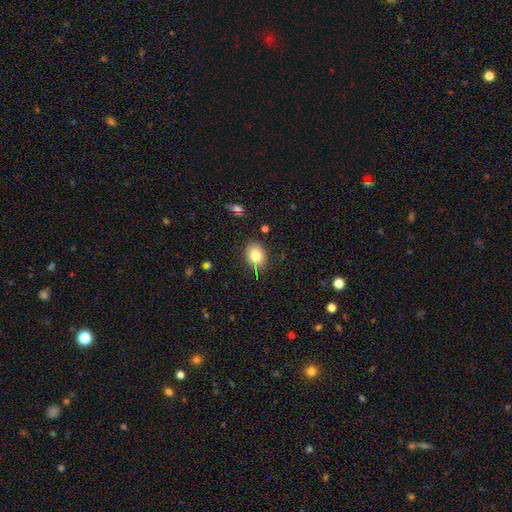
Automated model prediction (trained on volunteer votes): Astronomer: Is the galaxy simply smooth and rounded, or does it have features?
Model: smooth — 78%.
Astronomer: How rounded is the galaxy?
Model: round — 53% (runner-up: in between, 46%).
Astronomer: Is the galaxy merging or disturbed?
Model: none — 81%.